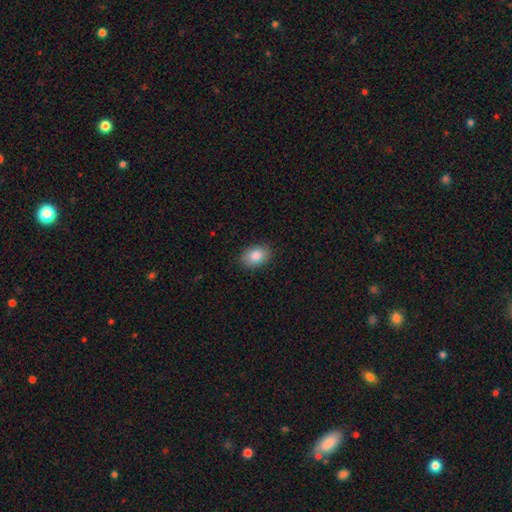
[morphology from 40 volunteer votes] A smooth galaxy with no disk features (85%) that is in between round and cigar-shaped (71%). Merging: none (84%).